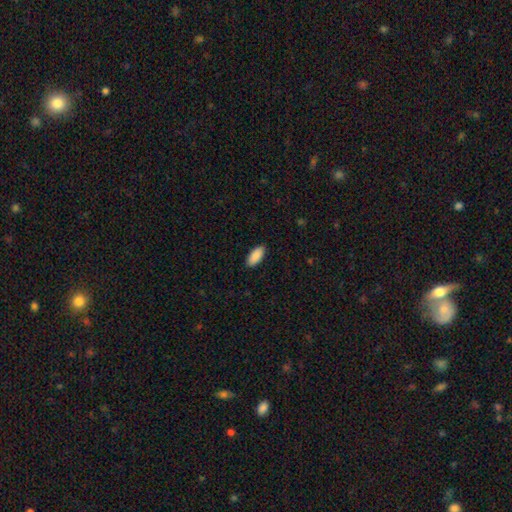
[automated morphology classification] Smooth or featured? smooth (91%)
How rounded? in between (89%)
Merging? none (90%)